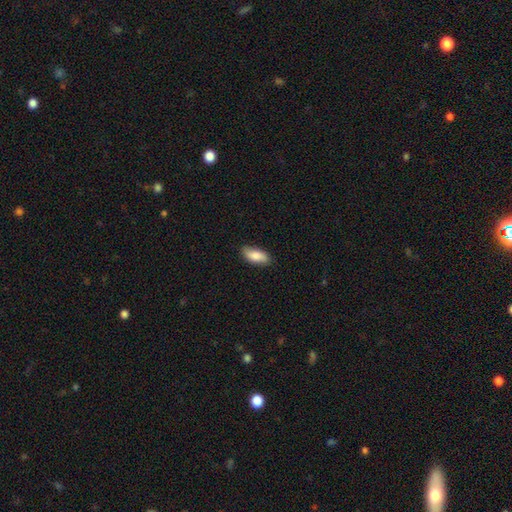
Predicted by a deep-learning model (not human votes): Smooth or featured? smooth (82%)
How rounded? in between (86%)
Merging? none (84%)